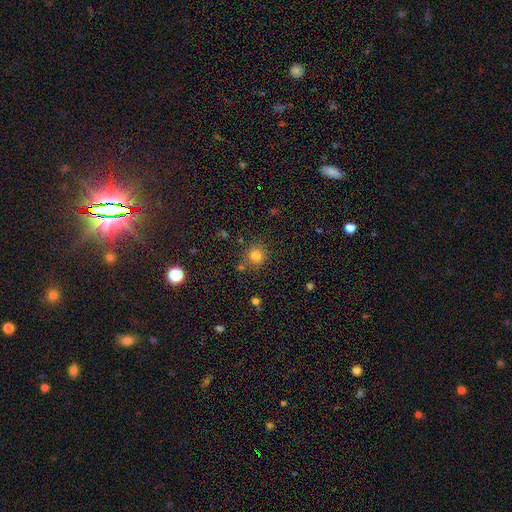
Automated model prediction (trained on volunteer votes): The model was most divided on "smooth or featured": smooth: 79%, star or artifact: 15%, featured or disk: 6%. More confident: how rounded — round (91%); merging — none (79%).